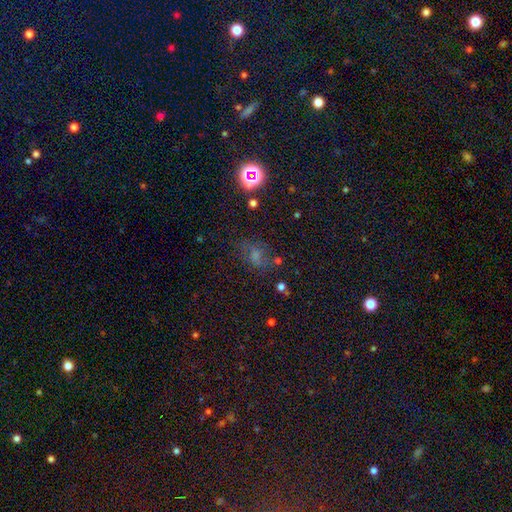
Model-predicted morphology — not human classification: Smooth or featured? Predicted: smooth (p=0.47). Merging? Predicted: none (p=0.57).